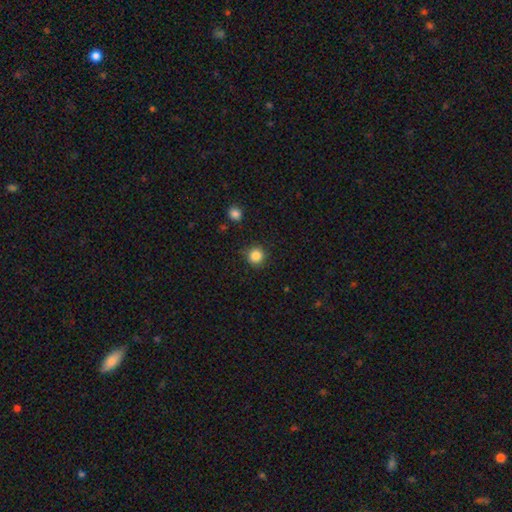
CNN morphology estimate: A smooth galaxy with no disk features (85%) that is round (94%).

Vote fractions:
- Smooth or featured? smooth: 85% / star or artifact: 11% / featured or disk: 4%
- How rounded? round: 94% / in between: 5% / cigar-shaped: 1%
- Merging? none: 89% / minor disturbance: 8% / major disturbance: 2% / merger: 2%